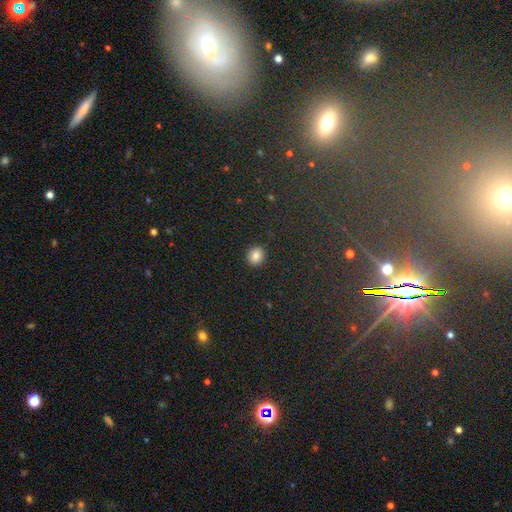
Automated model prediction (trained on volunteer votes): The model was most divided on "how rounded": round: 84%, in between: 15%, cigar-shaped: 1%. More confident: merging — none (91%); smooth or featured — smooth (83%).